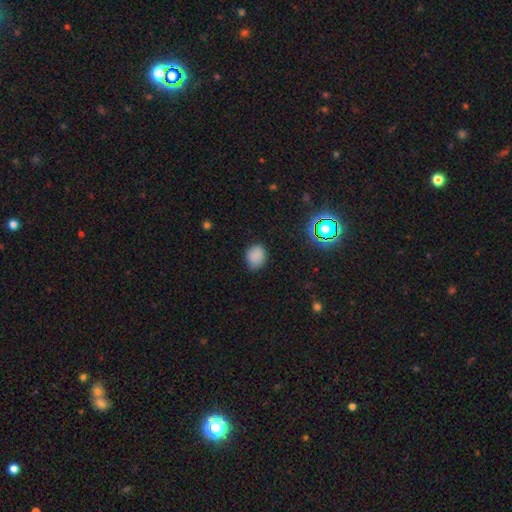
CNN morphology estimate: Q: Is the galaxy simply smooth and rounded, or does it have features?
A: smooth — 83%.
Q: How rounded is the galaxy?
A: round — 50%.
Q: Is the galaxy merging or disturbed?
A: none — 78%.